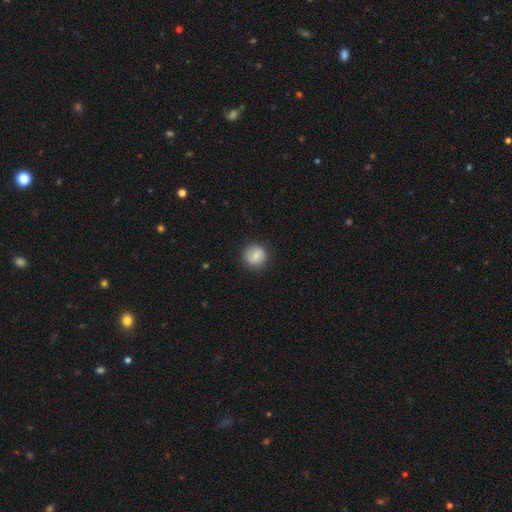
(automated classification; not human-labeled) Q: Smooth or featured?
A: smooth (79%); runner-up: featured or disk (14%)
Q: How rounded?
A: round (92%); runner-up: in between (7%)
Q: Merging?
A: none (87%); runner-up: minor disturbance (10%)